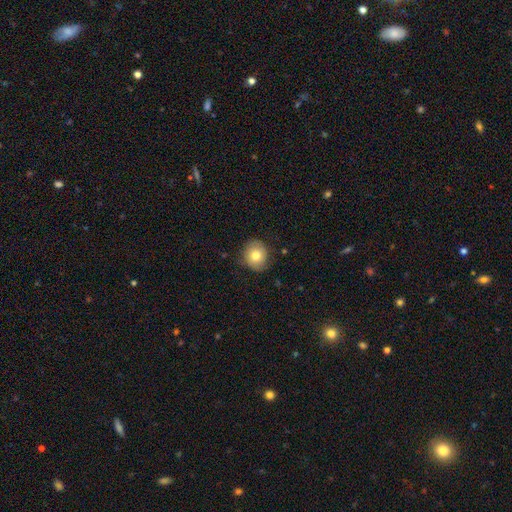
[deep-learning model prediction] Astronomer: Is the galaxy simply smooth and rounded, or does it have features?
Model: smooth — 77%.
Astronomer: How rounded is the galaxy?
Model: round — 75%.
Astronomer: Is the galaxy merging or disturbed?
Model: none — 81%.